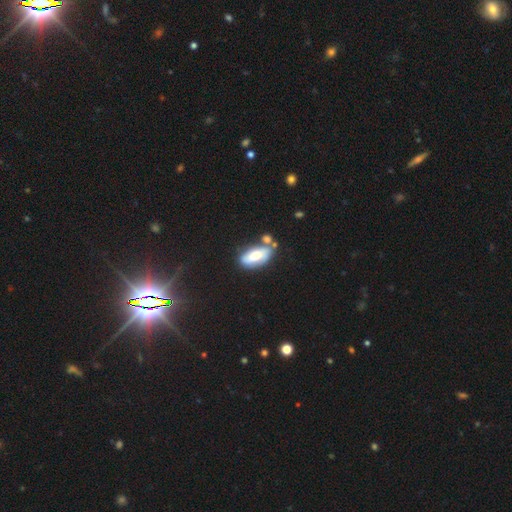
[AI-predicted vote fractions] A smooth galaxy with no disk features (63%) that is in between round and cigar-shaped (88%). Merging: none (50%).